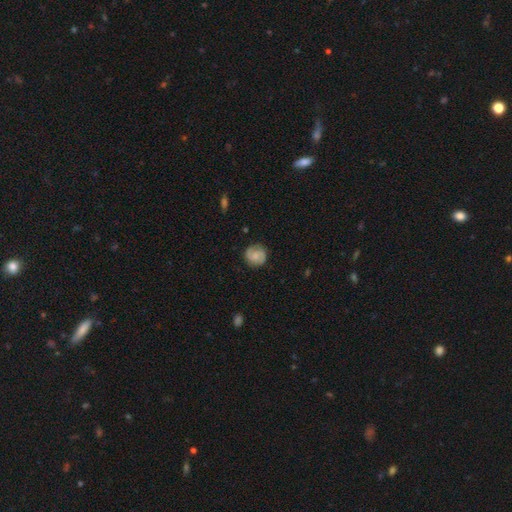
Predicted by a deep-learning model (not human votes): Smooth or featured? featured or disk (61%)
Edge-on disk? no (98%)
Bar? no (55%)
Spiral arms? yes (93%)
Spiral winding? medium (45%)
Spiral arm count? 2 (84%)
Bulge size? small (39%)
Merging? none (81%)